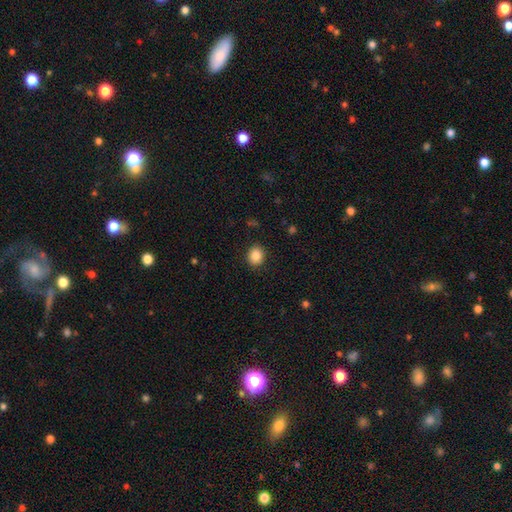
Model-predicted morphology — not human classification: This appears to be a smooth galaxy with no disk features (86%) that is round (67%). Merging: none (90%).